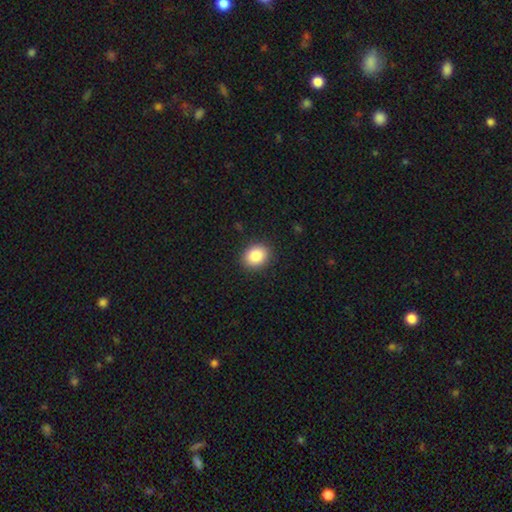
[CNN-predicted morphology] Smooth or featured?
  - smooth: 87% *
  - star or artifact: 8%
  - featured or disk: 5%
How rounded?
  - round: 50% *
  - in between: 49%
  - cigar-shaped: 1%
Merging?
  - none: 90% *
  - minor disturbance: 7%
  - major disturbance: 2%
  - merger: 1%